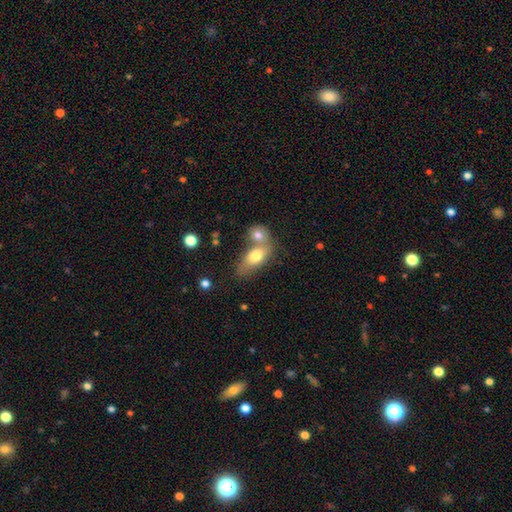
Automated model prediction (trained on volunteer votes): Smooth or featured? Predicted: smooth (p=0.74). How rounded? Predicted: in between (p=0.82). Merging? Predicted: merger (p=0.52).